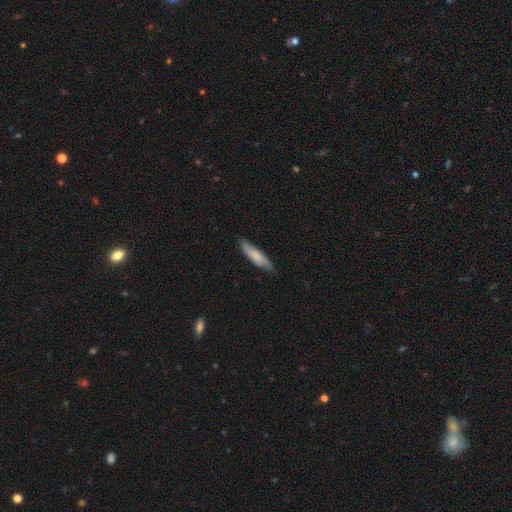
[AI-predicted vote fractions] Overall: smooth (74%). How rounded: cigar-shaped (72%). Merging: none (81%).